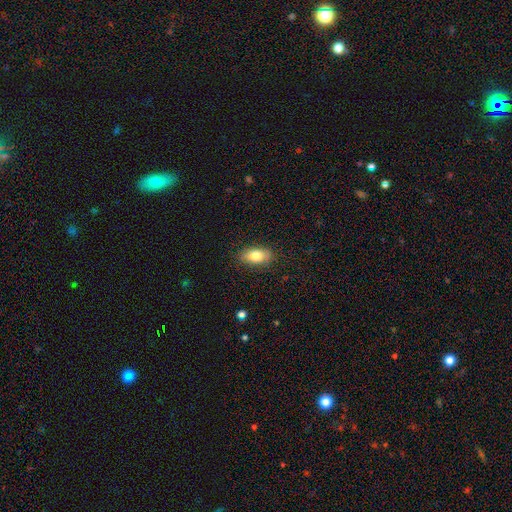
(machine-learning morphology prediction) Smooth or featured? Predicted: smooth (p=0.80). How rounded? Predicted: in between (p=0.89). Merging? Predicted: none (p=0.86).